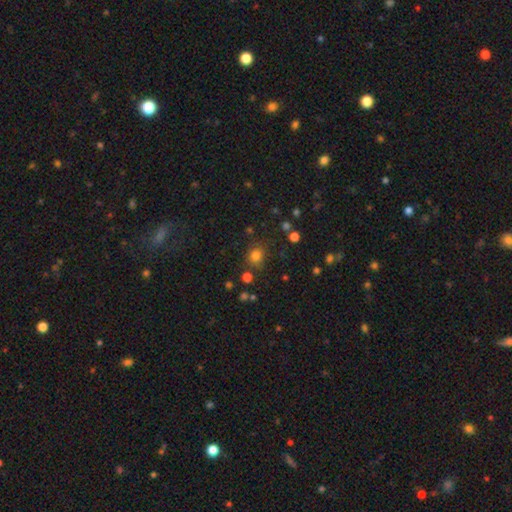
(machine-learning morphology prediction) The model was most divided on "how rounded": round: 77%, in between: 22%, cigar-shaped: 1%. More confident: merging — none (79%); smooth or featured — smooth (77%).